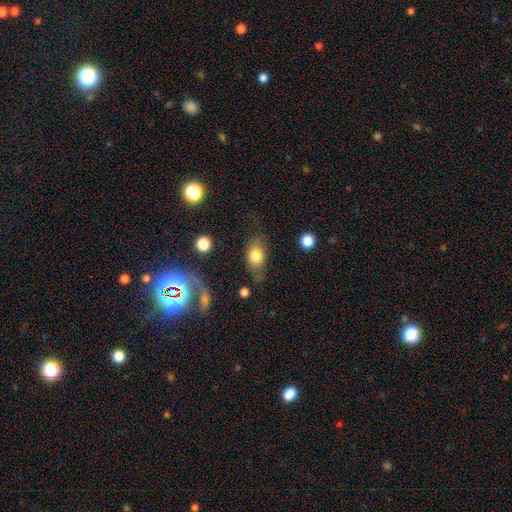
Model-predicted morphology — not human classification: Smooth or featured: smooth — 75% (featured or disk — 17%)
How rounded: in between — 81% (round — 14%)
Merging: none — 65% (minor disturbance — 22%)